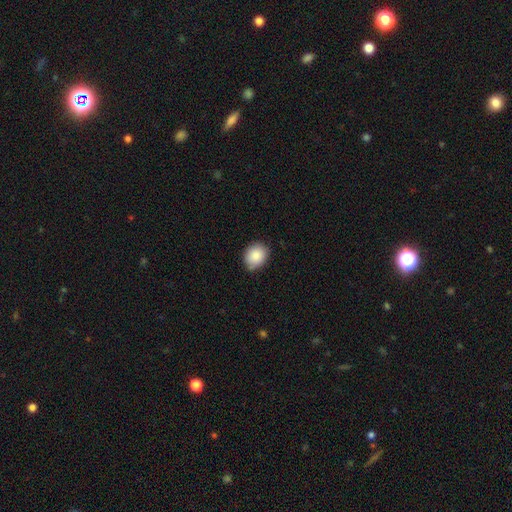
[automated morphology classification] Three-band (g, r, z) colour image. It shows a smooth galaxy with no disk features (87%) that is round (52%). Merging: none (76%).